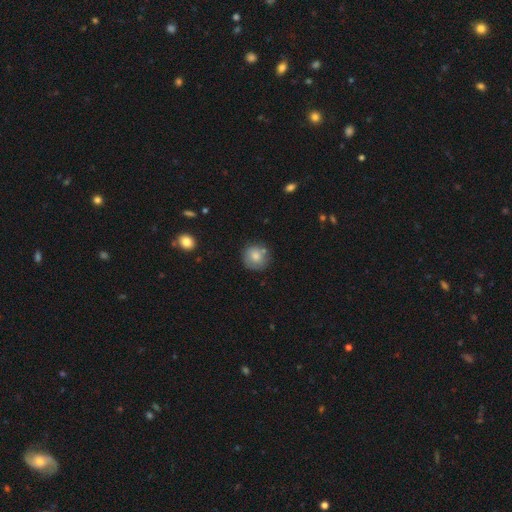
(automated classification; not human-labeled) This is likely a smooth galaxy (74%). How rounded: clearly round (89%). Merging: likely none (70%).